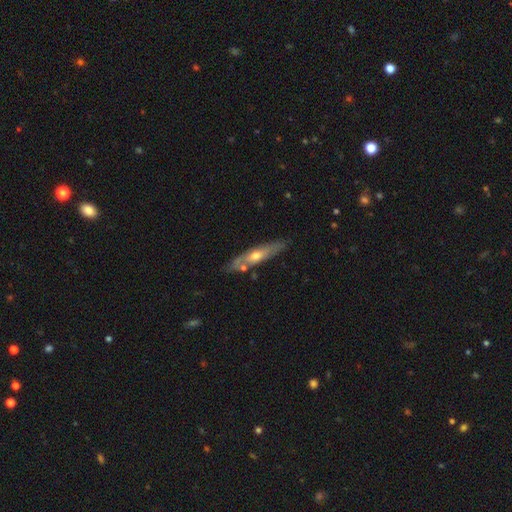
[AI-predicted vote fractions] A featured or disk galaxy (56%) viewed edge-on (66%).

Vote fractions:
- Smooth or featured? featured or disk: 56% / smooth: 38% / star or artifact: 5%
- Edge-on disk? yes: 66% / no: 34%
- Merging? none: 76% / minor disturbance: 15% / merger: 6% / major disturbance: 3%